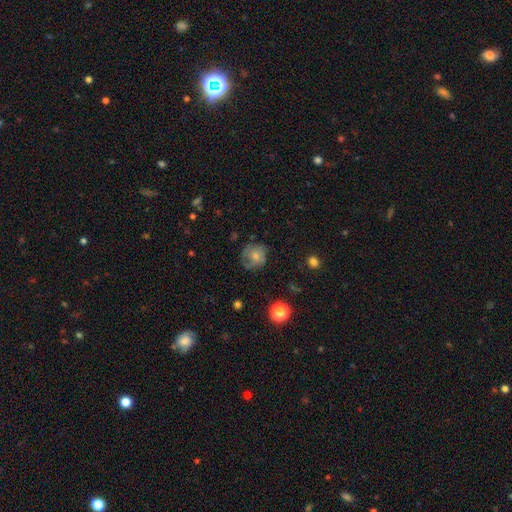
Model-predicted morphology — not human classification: Smooth or featured? Predicted: smooth (p=0.64). How rounded? Predicted: round (p=0.82). Merging? Predicted: none (p=0.60).